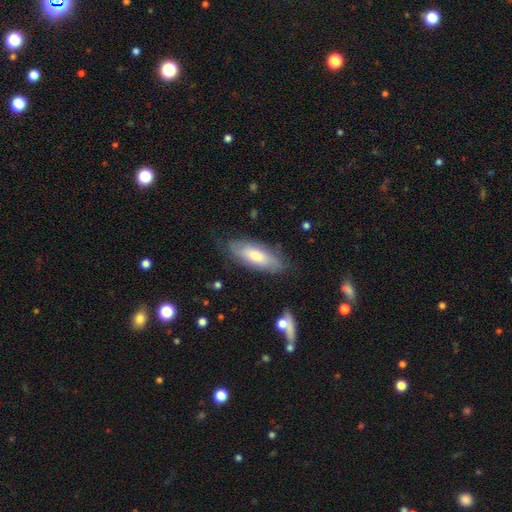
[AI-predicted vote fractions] Smooth or featured: smooth — 61% (featured or disk — 33%)
How rounded: in between — 66% (cigar-shaped — 32%)
Merging: none — 75% (minor disturbance — 18%)